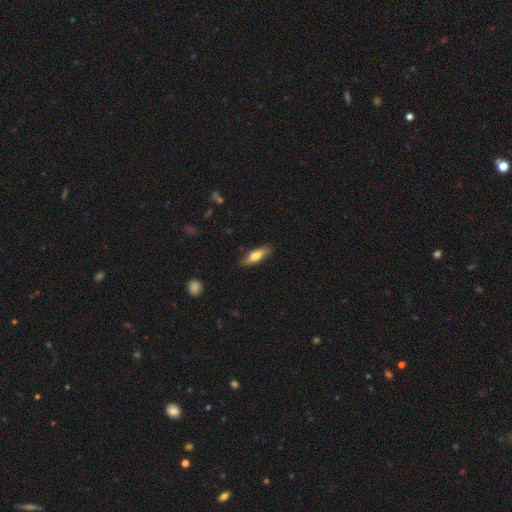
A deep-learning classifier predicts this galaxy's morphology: Smooth or featured?
  - smooth: 70% *
  - featured or disk: 24%
  - star or artifact: 6%
How rounded?
  - in between: 50% *
  - cigar-shaped: 48%
  - round: 2%
Merging?
  - none: 80% *
  - minor disturbance: 16%
  - major disturbance: 3%
  - merger: 1%